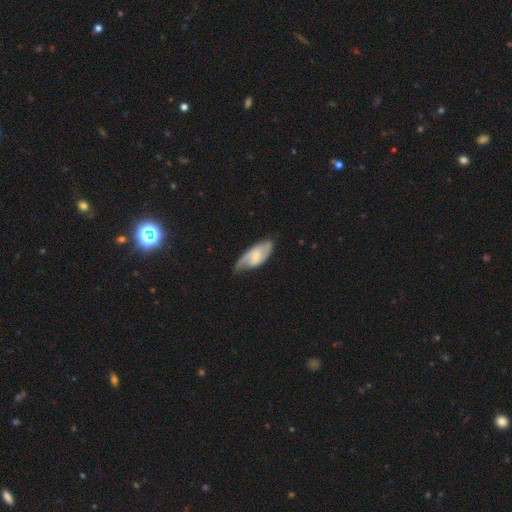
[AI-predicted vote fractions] A featured or disk galaxy (70%) with a weak bar (45%), 2 (79%) medium (47%) spiral arms (92%) and a small central bulge (53%). Merging: none (66%).